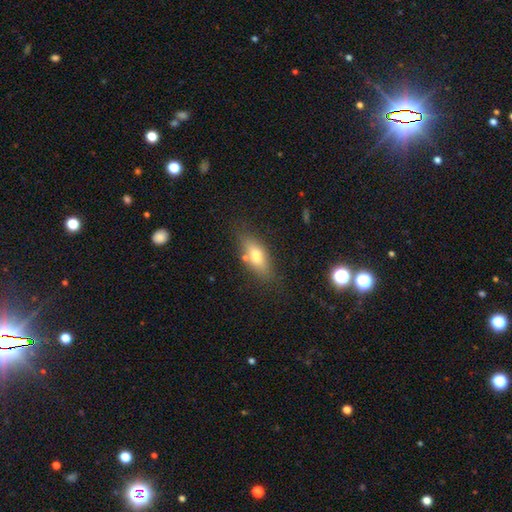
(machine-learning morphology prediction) smooth_or_featured: smooth (p=0.67) [alt: featured or disk p=0.25]
how_rounded: in between (p=0.72) [alt: cigar-shaped p=0.23]
merging: none (p=0.73) [alt: minor disturbance p=0.15]